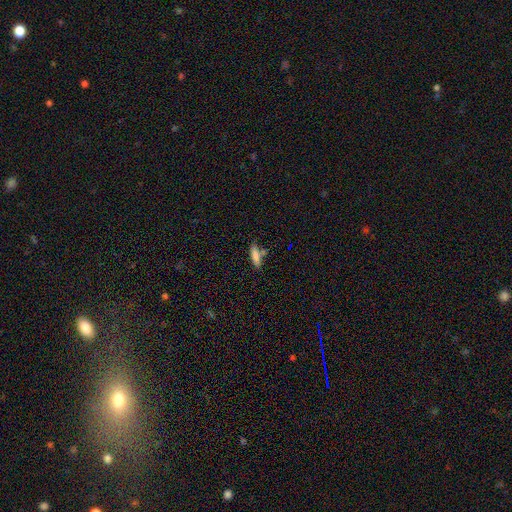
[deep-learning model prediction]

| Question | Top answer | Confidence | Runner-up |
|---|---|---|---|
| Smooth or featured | smooth | 80% | featured or disk (13%) |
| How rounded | cigar-shaped | 64% | in between (34%) |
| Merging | none | 68% | minor disturbance (15%) |